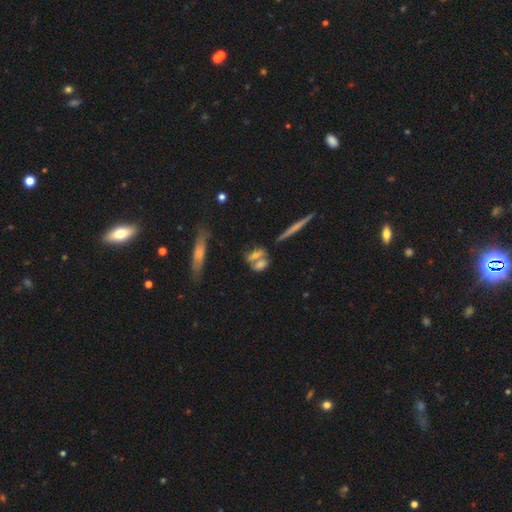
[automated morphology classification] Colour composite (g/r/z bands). It shows a smooth galaxy with no disk features (59%) that is in between round and cigar-shaped (59%). Merging: none (47%).